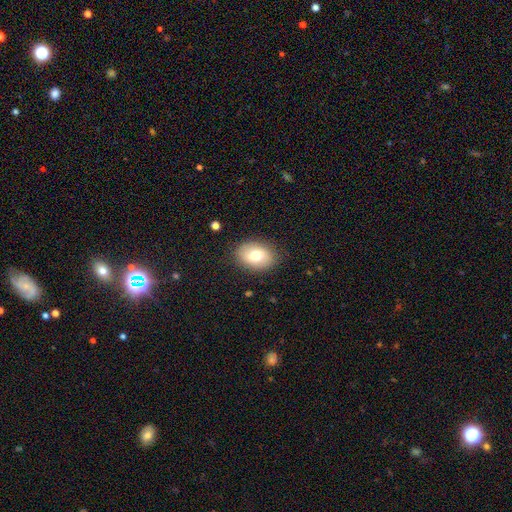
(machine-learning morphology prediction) Smooth or featured?
  - smooth: 73% *
  - featured or disk: 19%
  - star or artifact: 8%
How rounded?
  - in between: 73% *
  - round: 26%
  - cigar-shaped: 1%
Merging?
  - none: 85% *
  - minor disturbance: 11%
  - major disturbance: 3%
  - merger: 1%